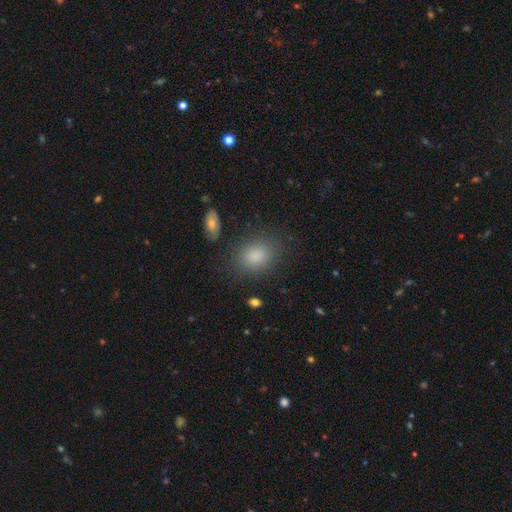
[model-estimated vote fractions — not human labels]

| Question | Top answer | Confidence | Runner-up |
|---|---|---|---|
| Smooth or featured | smooth | 85% | star or artifact (9%) |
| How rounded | in between | 60% | round (38%) |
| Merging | none | 80% | minor disturbance (12%) |